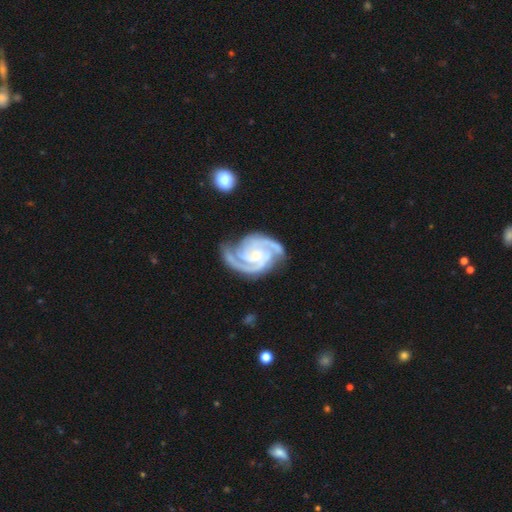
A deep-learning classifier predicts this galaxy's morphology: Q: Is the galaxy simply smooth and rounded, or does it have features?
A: featured or disk — 94%.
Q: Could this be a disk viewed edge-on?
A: no — 98%.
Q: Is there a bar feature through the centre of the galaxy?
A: no — 63%.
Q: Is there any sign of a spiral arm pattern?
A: yes — 99%.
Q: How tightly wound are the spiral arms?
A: tight — 56%.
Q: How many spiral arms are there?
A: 2 — 61%.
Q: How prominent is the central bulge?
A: small — 69%.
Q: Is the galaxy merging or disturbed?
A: none — 74%.